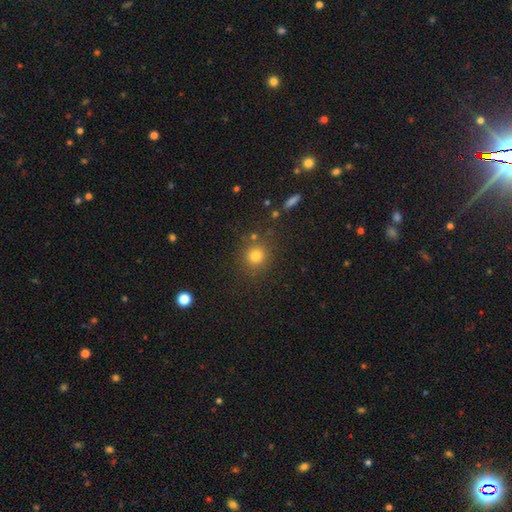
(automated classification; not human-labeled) A smooth galaxy with no disk features (79%) that is round (90%). Merging: none (81%).